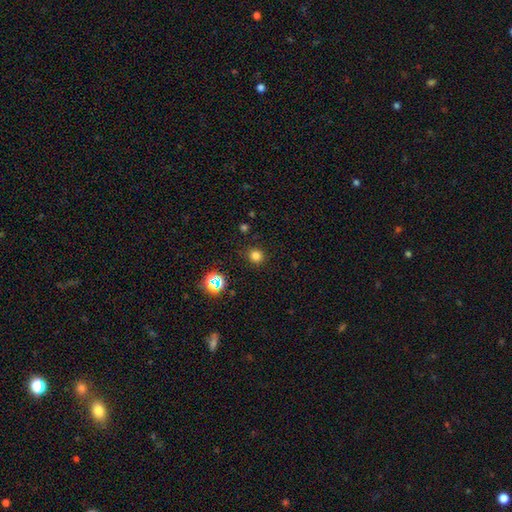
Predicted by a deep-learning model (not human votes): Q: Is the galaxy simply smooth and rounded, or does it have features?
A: smooth — 78%.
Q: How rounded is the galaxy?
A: round — 88%.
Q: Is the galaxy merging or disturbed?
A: none — 89%.